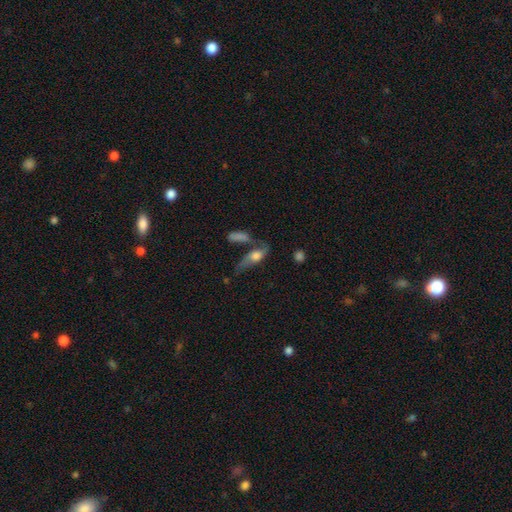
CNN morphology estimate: The model was most divided on "smooth or featured": featured or disk: 46%, smooth: 44%, star or artifact: 10%. Remaining: merging — none (34%).